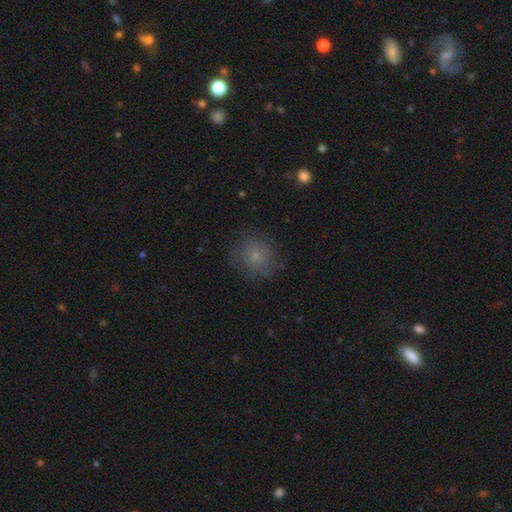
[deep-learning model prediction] Morphology: type=smooth (73%); roundness=round (85%); merging=none (78%).